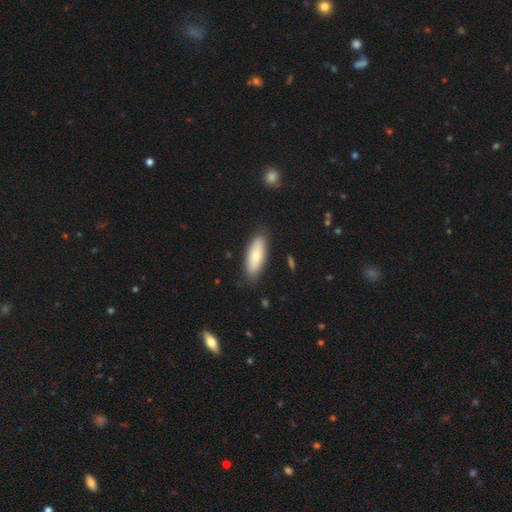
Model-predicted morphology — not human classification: Smooth or featured? Predicted: smooth (p=0.69). How rounded? Predicted: in between (p=0.74). Merging? Predicted: none (p=0.83).